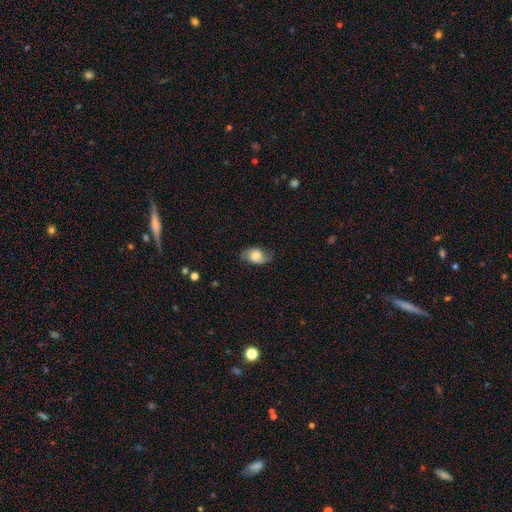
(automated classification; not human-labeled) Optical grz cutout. It shows a smooth galaxy with no disk features (49%). Merging: none (71%).